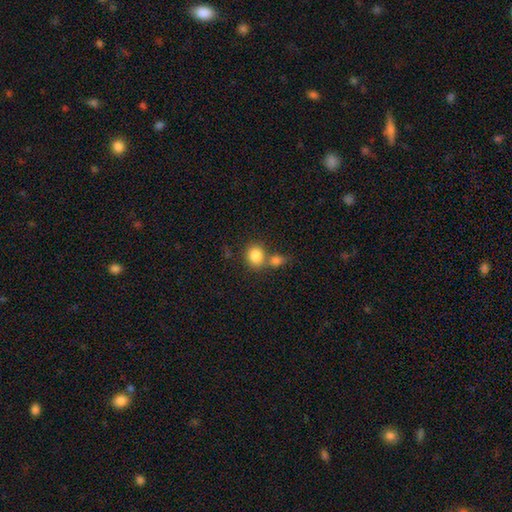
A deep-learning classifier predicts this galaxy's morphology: Q: Smooth or featured?
A: smooth (84%); runner-up: star or artifact (9%)
Q: How rounded?
A: round (73%); runner-up: in between (26%)
Q: Merging?
A: none (49%); runner-up: merger (38%)